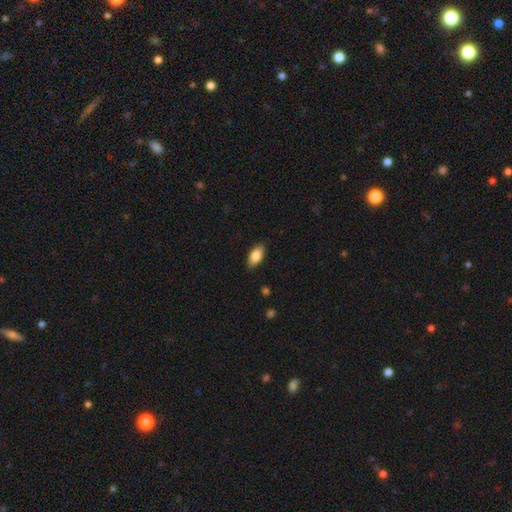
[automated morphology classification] smooth-or-featured: smooth: 83% | featured or disk: 11% | star or artifact: 7%
  how-rounded: in between: 90% | cigar-shaped: 7% | round: 3%
  merging: none: 87% | minor disturbance: 10% | major disturbance: 2% | merger: 1%